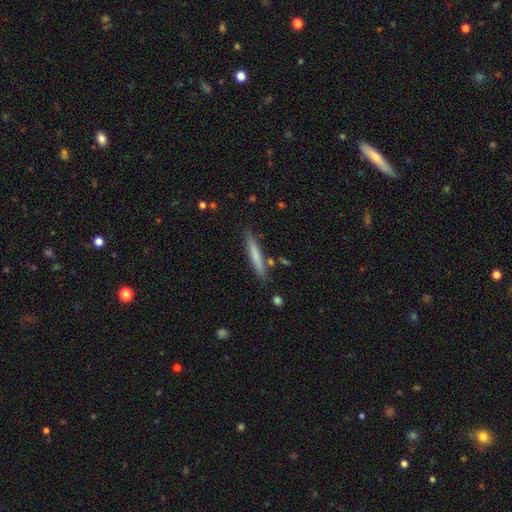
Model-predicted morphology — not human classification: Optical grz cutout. It shows a smooth galaxy with no disk features (70%) that is cigar-shaped (94%). Merging: none (85%).